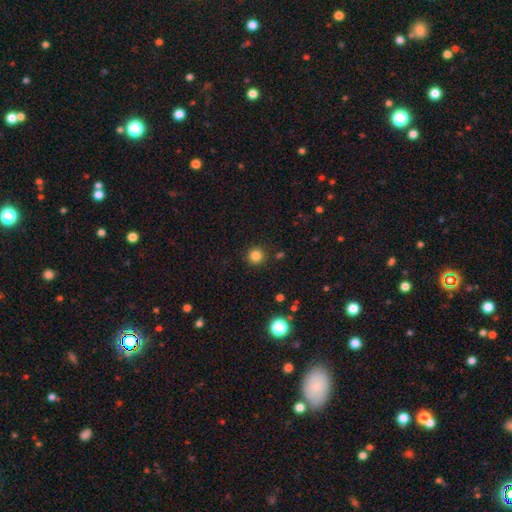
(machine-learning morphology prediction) The model was most divided on "smooth or featured": smooth: 83%, star or artifact: 13%, featured or disk: 4%. More confident: how rounded — round (95%); merging — none (90%).